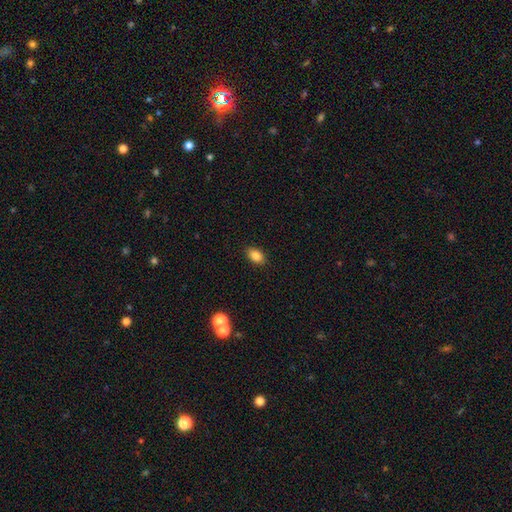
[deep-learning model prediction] A smooth galaxy with no disk features (85%) that is in between round and cigar-shaped (86%). Merging: none (89%).